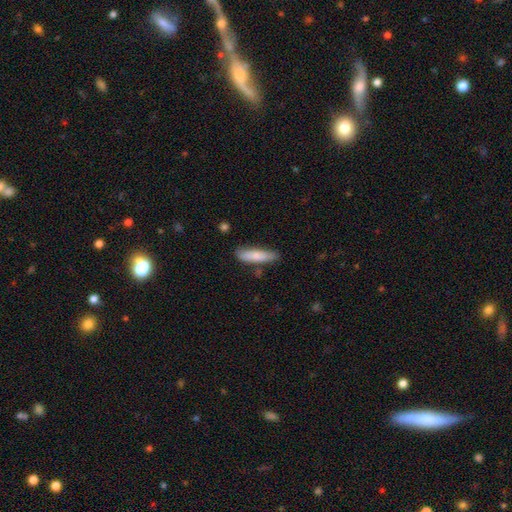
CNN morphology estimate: Smooth or featured? Predicted: smooth (p=0.77). How rounded? Predicted: cigar-shaped (p=0.72). Merging? Predicted: none (p=0.75).